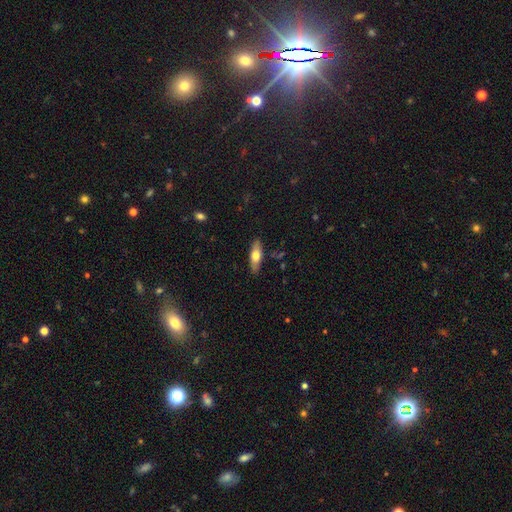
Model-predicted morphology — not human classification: type=smooth (64%); roundness=in between (61%); merging=none (86%).